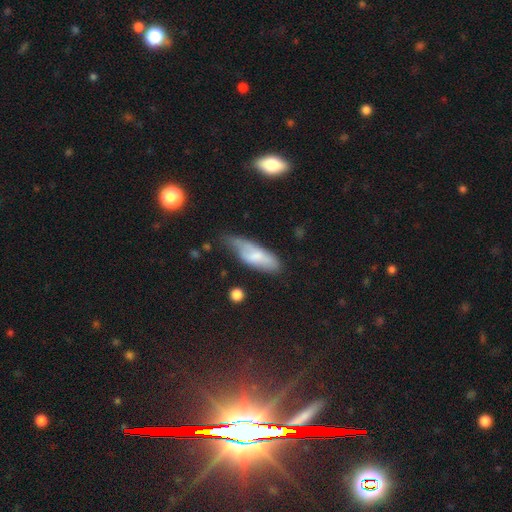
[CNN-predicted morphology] Overall: smooth (63%; featured or disk 30%). How rounded: in between (68%; cigar-shaped 30%). Merging: minor disturbance (41%; none 38%).